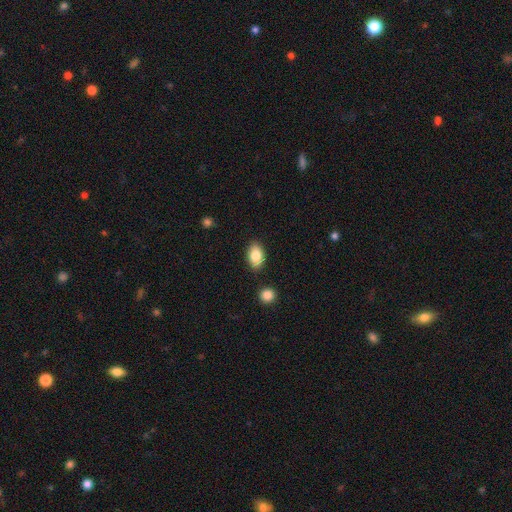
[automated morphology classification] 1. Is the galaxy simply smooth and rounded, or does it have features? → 85% smooth, 8% featured or disk, 7% star or artifact.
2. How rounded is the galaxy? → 90% in between, 8% round, 2% cigar-shaped.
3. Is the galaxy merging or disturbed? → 85% none, 10% minor disturbance, 3% merger, 2% major disturbance.